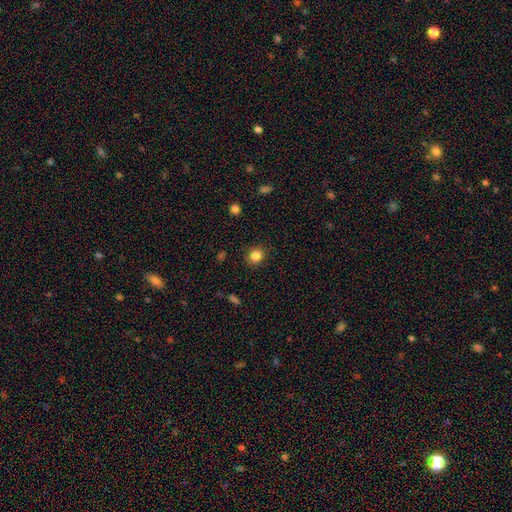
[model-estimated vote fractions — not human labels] A smooth galaxy with no disk features (84%) that is round (81%). Merging: none (88%).